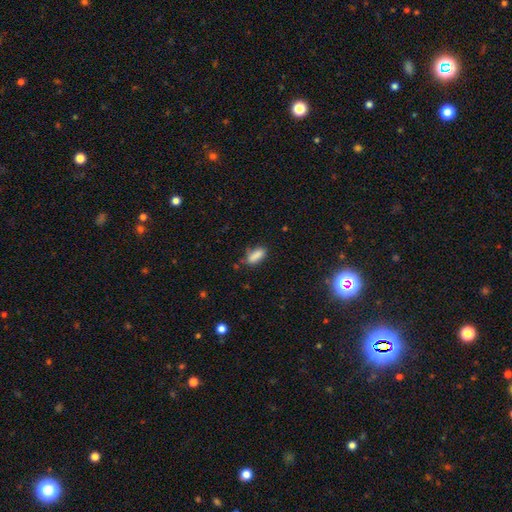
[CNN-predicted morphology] smooth 85%, star or artifact 9%, featured or disk 6%. Down the decision tree: how rounded — in between (77%); merging — none (64%).